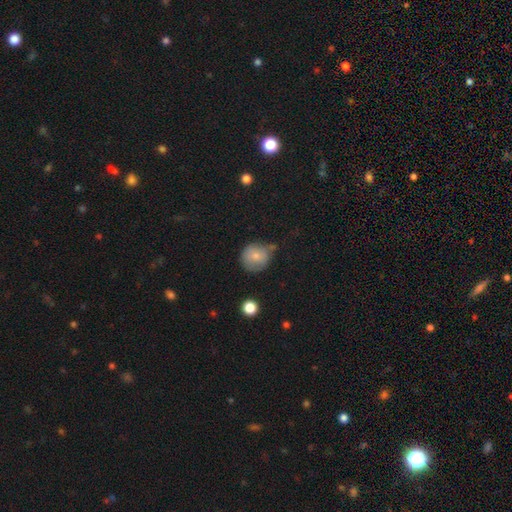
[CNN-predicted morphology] This is likely a smooth galaxy (74%). How rounded: clearly round (86%). Merging: possibly none (51%).